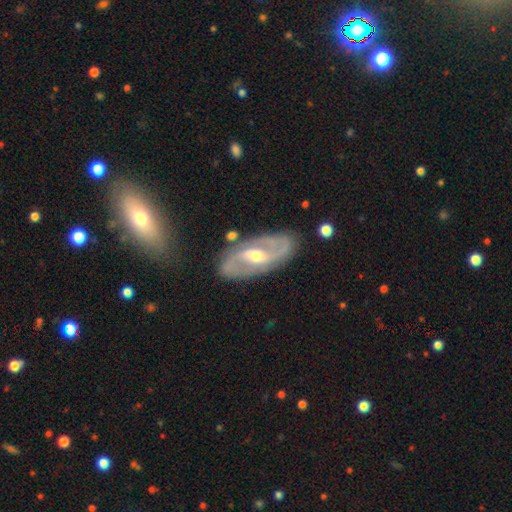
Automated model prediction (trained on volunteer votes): A featured or disk galaxy (85%) with a weak bar (44%), 2 (88%) medium (49%) spiral arms (92%) and a moderate central bulge (64%).

Vote fractions:
- Smooth or featured? featured or disk: 85% / smooth: 10% / star or artifact: 5%
- Edge-on disk? no: 93% / yes: 7%
- Bar? weak: 44% / strong: 30% / no: 26%
- Spiral arms? yes: 92% / no: 8%
- Spiral winding? medium: 49% / tight: 30% / loose: 21%
- Spiral arm count? 2: 88% / can't tell: 6% / 3: 3% / 1: 2% / 4: 1% / more than 4: 1%
- Bulge size? moderate: 64% / small: 31% / large: 3% / none: 1% / dominant: 1%
- Merging? none: 81% / minor disturbance: 13% / major disturbance: 3% / merger: 3%